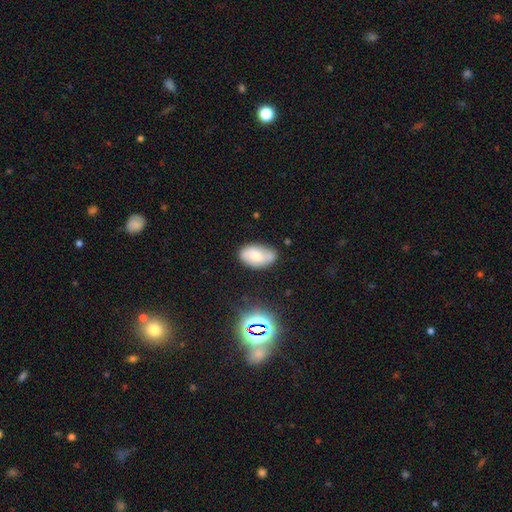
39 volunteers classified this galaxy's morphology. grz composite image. It shows a featured or disk galaxy (49%) with no bar (58%), 2 (64%) tight (64%) spiral arms (58%) and a moderate central bulge (53%). Merging: none (49%).